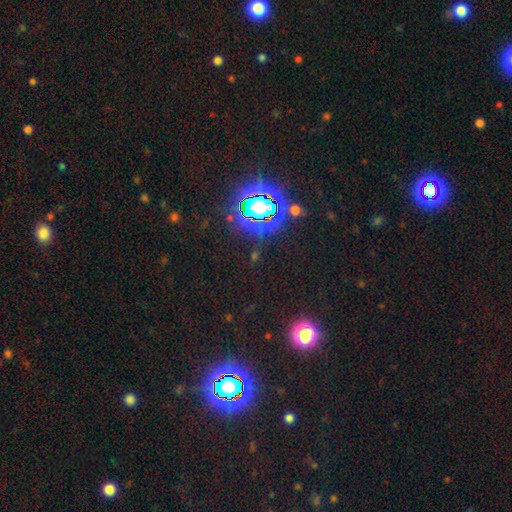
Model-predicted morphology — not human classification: Overall: star or artifact (83%).